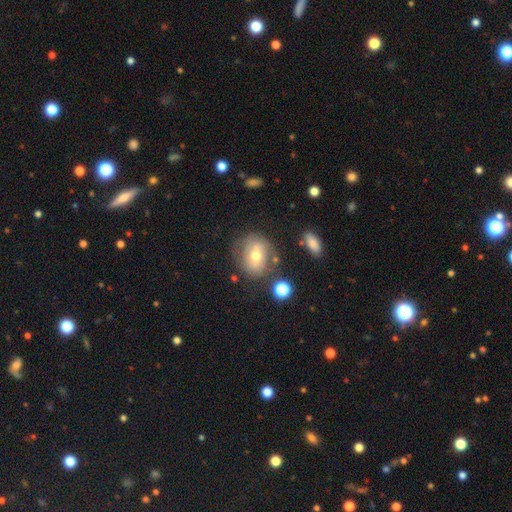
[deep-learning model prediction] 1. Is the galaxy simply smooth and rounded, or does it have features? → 49% smooth, 41% featured or disk, 10% star or artifact.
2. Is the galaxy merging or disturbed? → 66% none, 19% minor disturbance, 9% major disturbance, 6% merger.